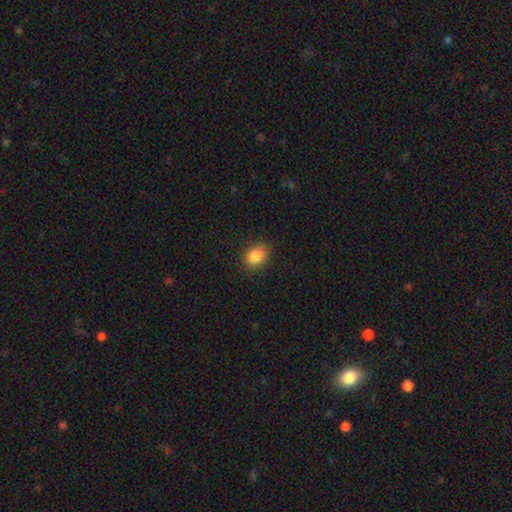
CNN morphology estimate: This appears to be a smooth galaxy with no disk features (86%) that is in between round and cigar-shaped (54%). Merging: none (87%).